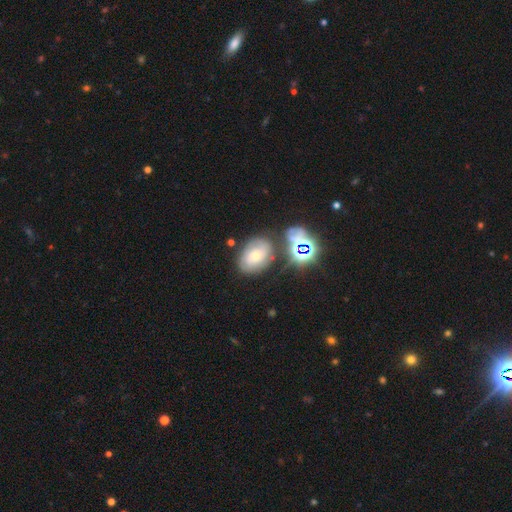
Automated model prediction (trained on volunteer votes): This is marginally a featured or disk galaxy (43%). Merging: likely none (69%).